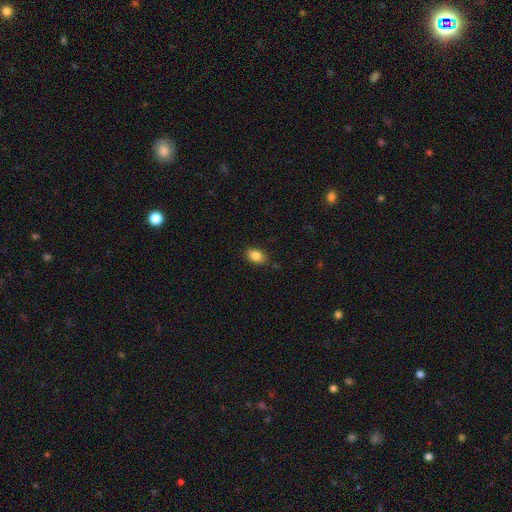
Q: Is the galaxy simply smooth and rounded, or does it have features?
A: smooth — 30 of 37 (81%).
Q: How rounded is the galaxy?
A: in between — 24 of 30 (80%).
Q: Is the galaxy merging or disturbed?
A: none — 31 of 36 (86%).